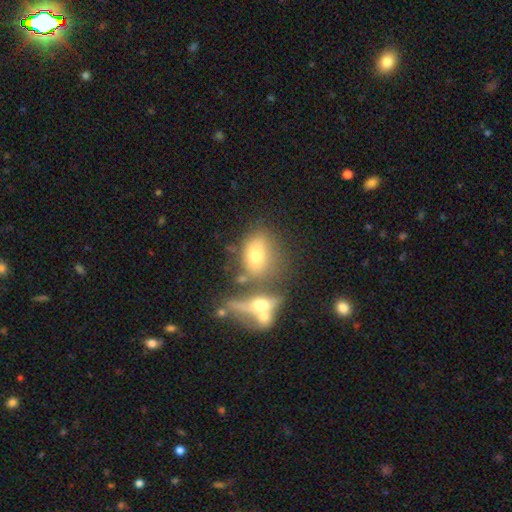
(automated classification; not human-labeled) A smooth galaxy with no disk features (61%) that is in between round and cigar-shaped (69%). Merging: merger (40%).